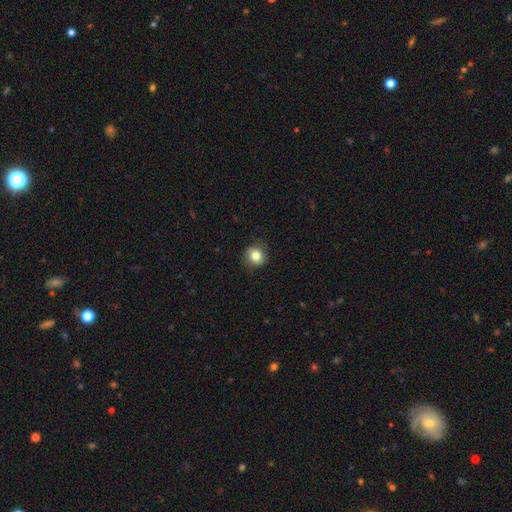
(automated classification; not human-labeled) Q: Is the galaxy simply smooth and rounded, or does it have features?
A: smooth — 81%.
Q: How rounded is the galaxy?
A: round — 84%.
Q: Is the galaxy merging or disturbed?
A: none — 84%.